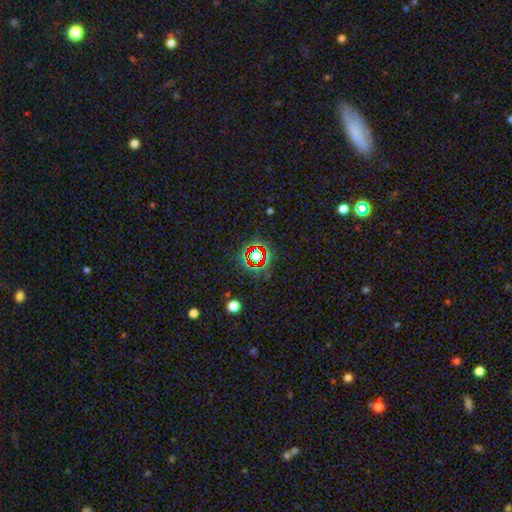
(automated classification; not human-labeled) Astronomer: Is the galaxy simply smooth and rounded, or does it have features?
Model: star or artifact — 69%.